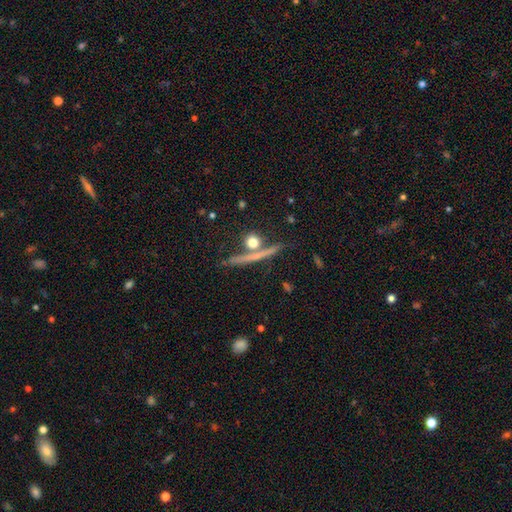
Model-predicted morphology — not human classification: Overall: featured or disk (55%; smooth 33%). Edge-on disk: yes (93%). Edge-on bulge: none (65%; rounded 29%). Merging: none (79%).